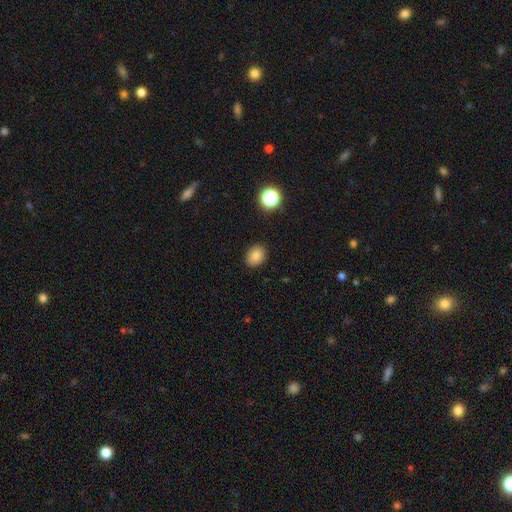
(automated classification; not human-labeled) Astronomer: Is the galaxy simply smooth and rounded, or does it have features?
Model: smooth — 83%.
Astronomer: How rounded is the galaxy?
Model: in between — 51% (runner-up: round, 48%).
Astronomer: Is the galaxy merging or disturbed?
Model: none — 89%.